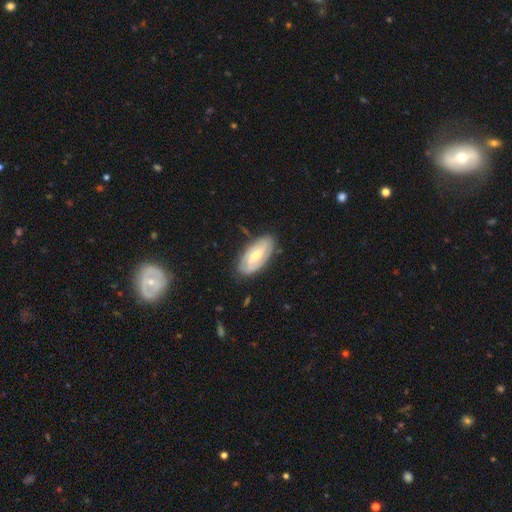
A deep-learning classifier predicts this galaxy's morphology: A featured or disk galaxy (72%) with a weak bar (47%), 2 (60%) tight (55%) spiral arms (85%) and a moderate central bulge (55%). Merging: none (80%).